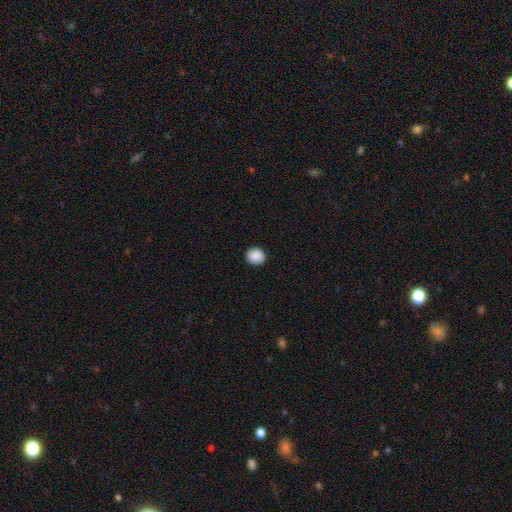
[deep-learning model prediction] A smooth galaxy with no disk features (89%) that is round (88%). Merging: none (91%).